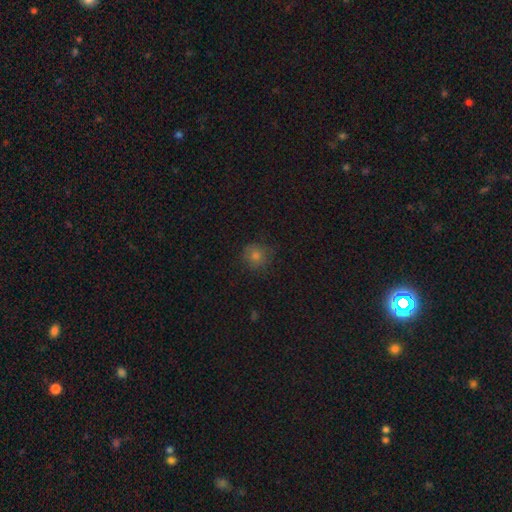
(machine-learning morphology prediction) Smooth or featured?
  - smooth: 73% *
  - star or artifact: 18%
  - featured or disk: 9%
How rounded?
  - round: 91% *
  - in between: 8%
  - cigar-shaped: 1%
Merging?
  - none: 83% *
  - minor disturbance: 12%
  - major disturbance: 3%
  - merger: 1%